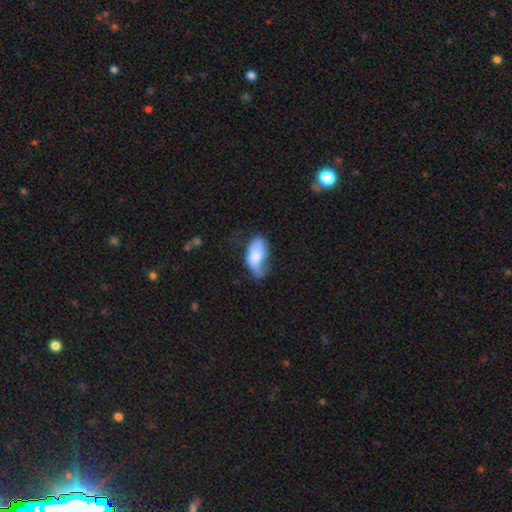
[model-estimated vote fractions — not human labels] A smooth galaxy with no disk features (70%) that is in between round and cigar-shaped (92%).

Vote fractions:
- Smooth or featured? smooth: 70% / featured or disk: 24% / star or artifact: 7%
- How rounded? in between: 92% / cigar-shaped: 5% / round: 3%
- Merging? minor disturbance: 39% / none: 31% / major disturbance: 26% / merger: 4%